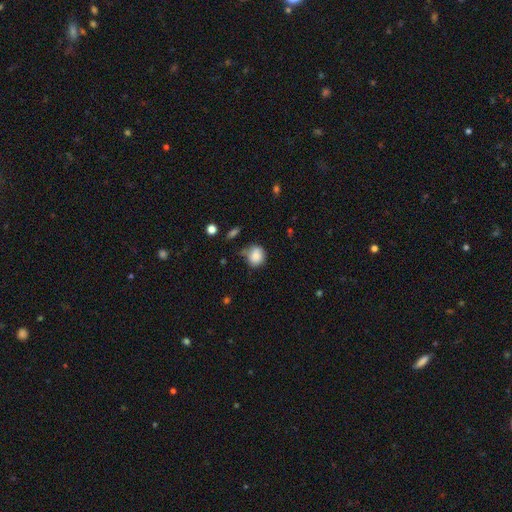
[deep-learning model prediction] Morphology: type=smooth (85%); roundness=round (75%); merging=none (61%).